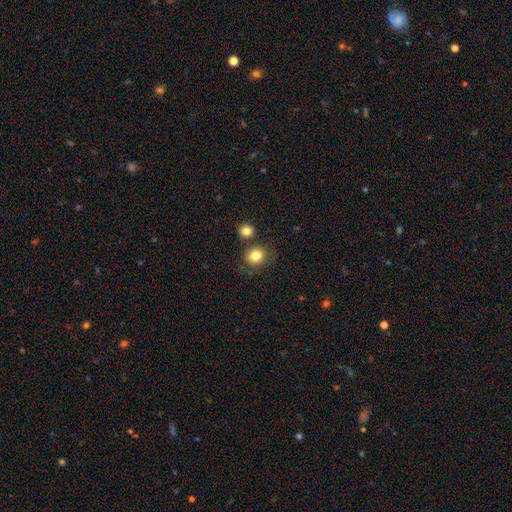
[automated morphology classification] Smooth or featured?
  - smooth: 82% *
  - star or artifact: 11%
  - featured or disk: 7%
How rounded?
  - round: 76% *
  - in between: 23%
  - cigar-shaped: 1%
Merging?
  - none: 73% *
  - merger: 12%
  - minor disturbance: 12%
  - major disturbance: 4%